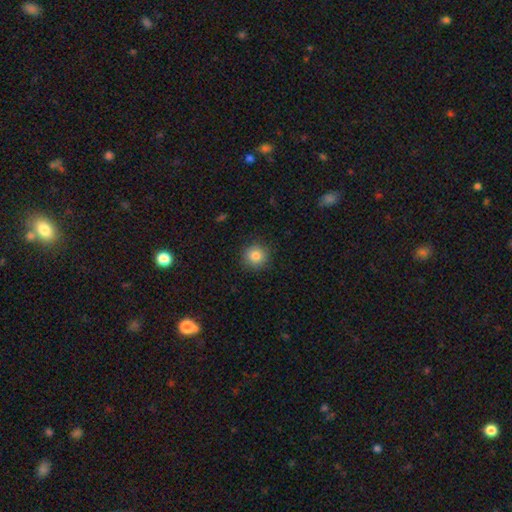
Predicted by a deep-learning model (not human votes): smooth_or_featured: smooth (p=0.84) [alt: star or artifact p=0.11]
how_rounded: round (p=0.93) [alt: in between p=0.06]
merging: none (p=0.89) [alt: minor disturbance p=0.07]